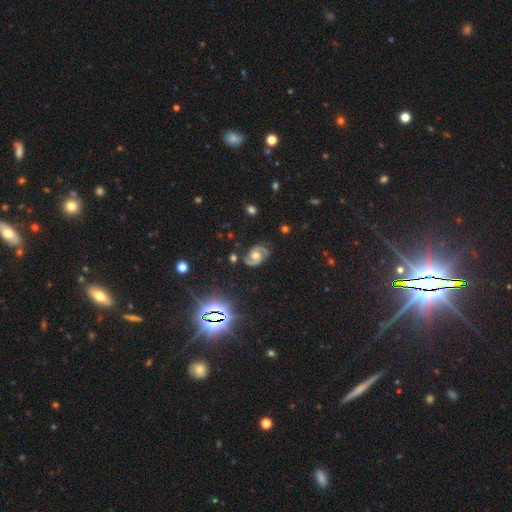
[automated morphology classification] Smooth or featured? Predicted: featured or disk (p=0.84). Edge-on disk? Predicted: no (p=0.98). Bar? Predicted: no (p=0.62). Spiral arms? Predicted: yes (p=0.97). Spiral winding? Predicted: medium (p=0.54). Spiral arm count? Predicted: 2 (p=0.93). Bulge size? Predicted: moderate (p=0.71). Merging? Predicted: none (p=0.79).